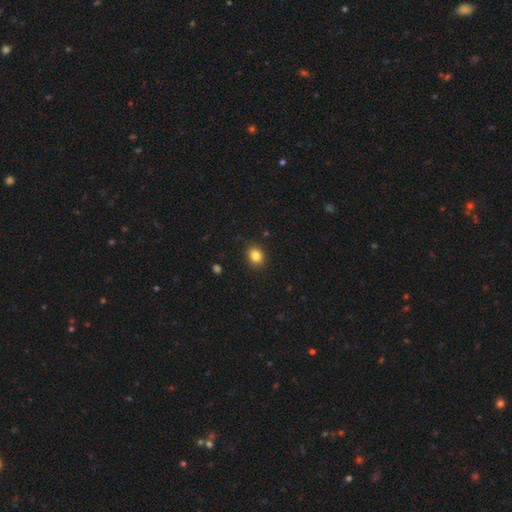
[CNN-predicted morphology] A smooth galaxy with no disk features (84%) that is round (56%). Merging: none (89%).